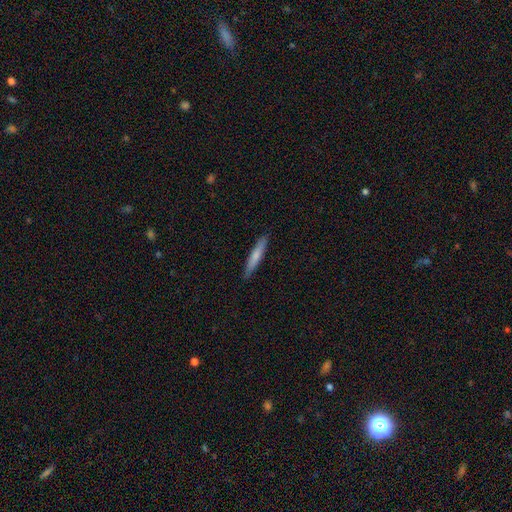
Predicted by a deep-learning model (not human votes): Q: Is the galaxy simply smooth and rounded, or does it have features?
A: smooth — 70%.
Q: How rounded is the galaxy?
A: cigar-shaped — 93%.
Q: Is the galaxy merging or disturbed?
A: none — 90%.